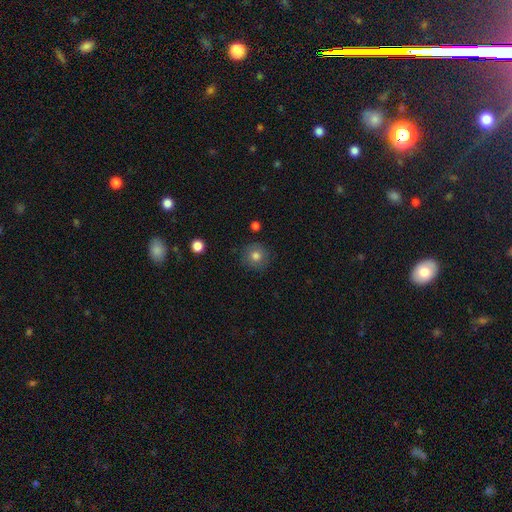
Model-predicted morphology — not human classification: This is likely a smooth galaxy (79%). How rounded: clearly round (92%). Merging: clearly none (86%).